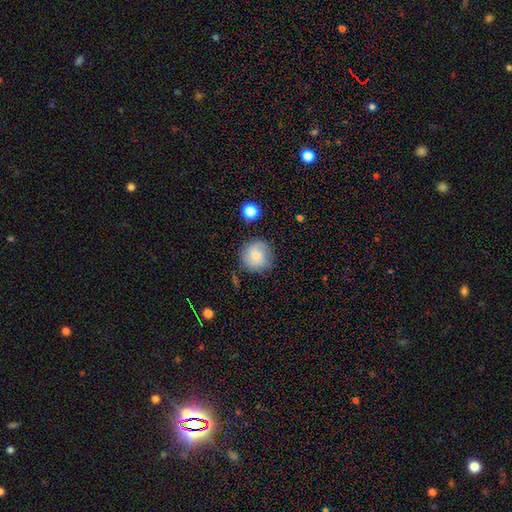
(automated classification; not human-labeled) Overall: smooth (72%). How rounded: round (93%). Merging: none (76%).